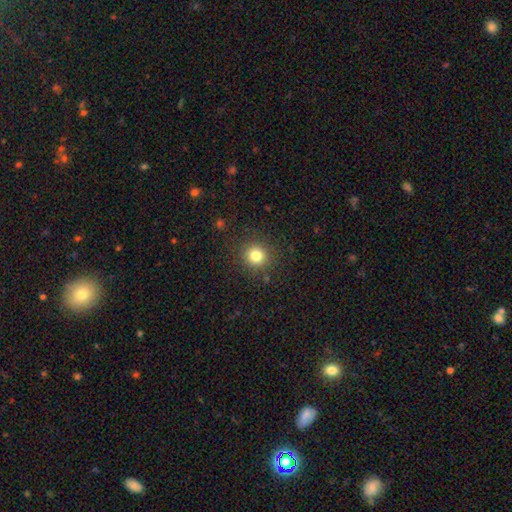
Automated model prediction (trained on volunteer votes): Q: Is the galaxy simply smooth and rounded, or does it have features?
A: smooth — 80%.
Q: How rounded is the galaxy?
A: round — 92%.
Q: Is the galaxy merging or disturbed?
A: none — 88%.